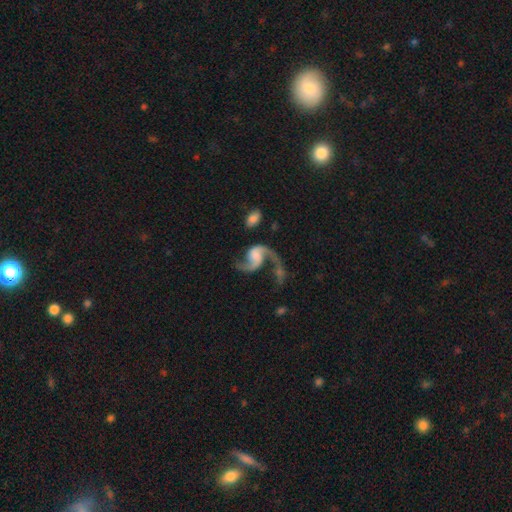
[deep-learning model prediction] A featured or disk galaxy (89%) with no bar (55%), 2 (87%) loose (78%) spiral arms (96%) and no central bulge (45%).

Vote fractions:
- Smooth or featured? featured or disk: 89% / smooth: 6% / star or artifact: 5%
- Edge-on disk? no: 98% / yes: 2%
- Bar? no: 55% / weak: 35% / strong: 11%
- Spiral arms? yes: 96% / no: 4%
- Spiral winding? loose: 78% / medium: 19% / tight: 3%
- Spiral arm count? 2: 87% / 1: 8% / can't tell: 1% / 3: 1% / 4: 1% / more than 4: 1%
- Bulge size? none: 45% / large: 17% / small: 17% / moderate: 17% / dominant: 4%
- Merging? none: 51% / major disturbance: 23% / minor disturbance: 17% / merger: 9%